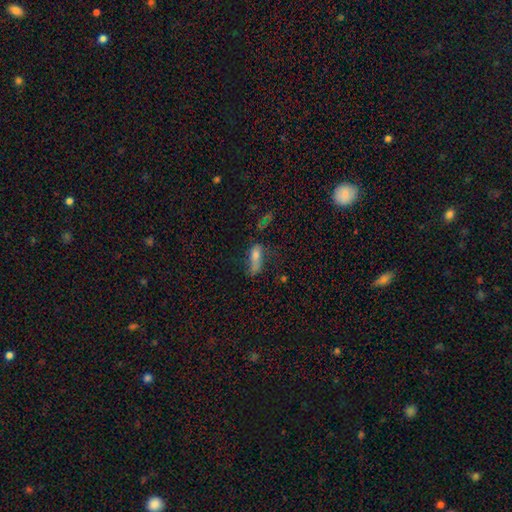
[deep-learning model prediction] The model was most divided on "how rounded": in between: 56%, cigar-shaped: 40%, round: 4%. Remaining: smooth or featured — smooth (58%); merging — none (44%).